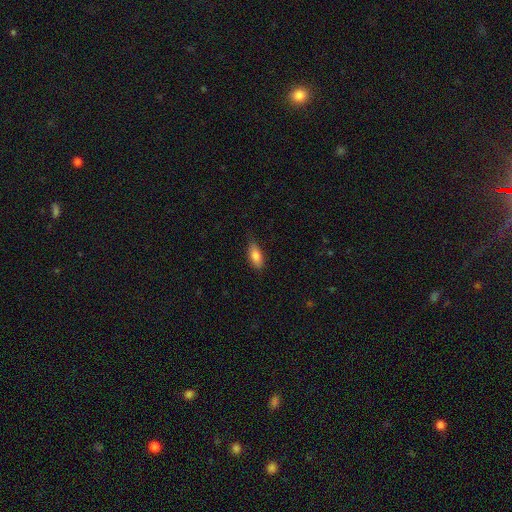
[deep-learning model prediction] The model was most divided on "merging": none: 78%, minor disturbance: 19%, major disturbance: 3%, merger: 1%. More confident: how rounded — in between (83%); smooth or featured — smooth (82%).